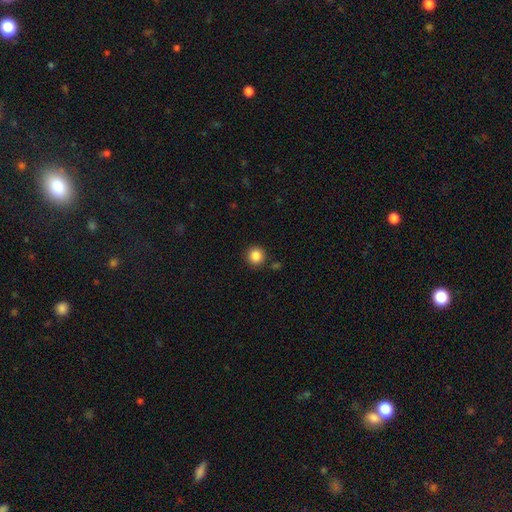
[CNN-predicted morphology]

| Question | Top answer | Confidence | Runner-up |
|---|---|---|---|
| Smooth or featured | smooth | 86% | star or artifact (10%) |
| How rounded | round | 94% | in between (5%) |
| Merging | none | 89% | minor disturbance (6%) |